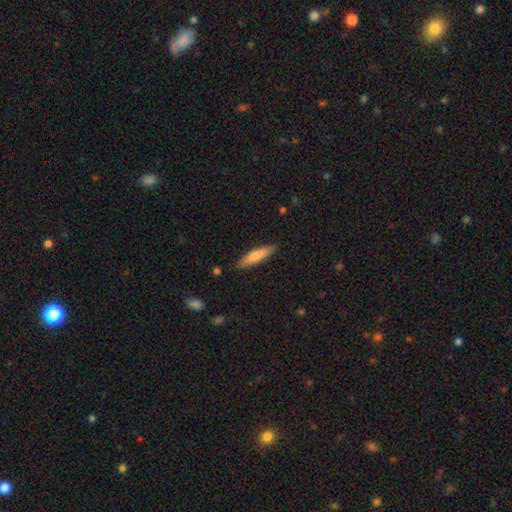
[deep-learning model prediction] This is likely a smooth galaxy (73%). How rounded: clearly cigar-shaped (82%). Merging: clearly none (87%).